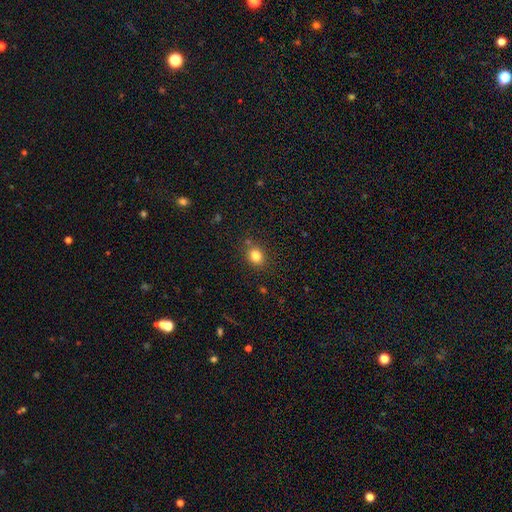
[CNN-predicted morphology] type=smooth (81%); roundness=round (68%); merging=none (82%).